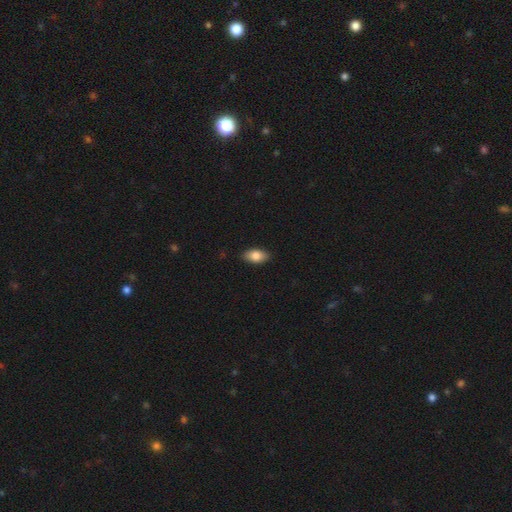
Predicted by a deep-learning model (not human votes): This appears to be a smooth galaxy with no disk features (83%) that is in between round and cigar-shaped (92%). Merging: none (88%).